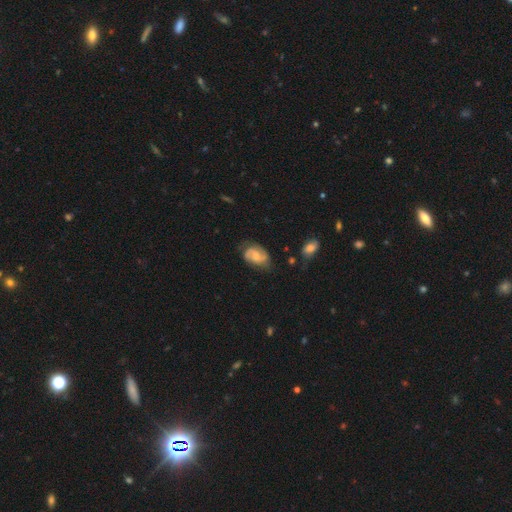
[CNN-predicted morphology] Smooth or featured?
  - featured or disk: 66% *
  - smooth: 27%
  - star or artifact: 7%
Edge-on disk?
  - no: 97% *
  - yes: 3%
Bar?
  - no: 46% *
  - weak: 44%
  - strong: 9%
Spiral arms?
  - yes: 91% *
  - no: 9%
Spiral winding?
  - medium: 47% *
  - tight: 30%
  - loose: 23%
Spiral arm count?
  - 2: 82% *
  - can't tell: 10%
  - 1: 4%
  - 3: 2%
  - 4: 1%
  - more than 4: 1%
Bulge size?
  - small: 41% *
  - moderate: 35%
  - none: 19%
  - large: 4%
  - dominant: 1%
Merging?
  - none: 63% *
  - minor disturbance: 25%
  - major disturbance: 9%
  - merger: 2%